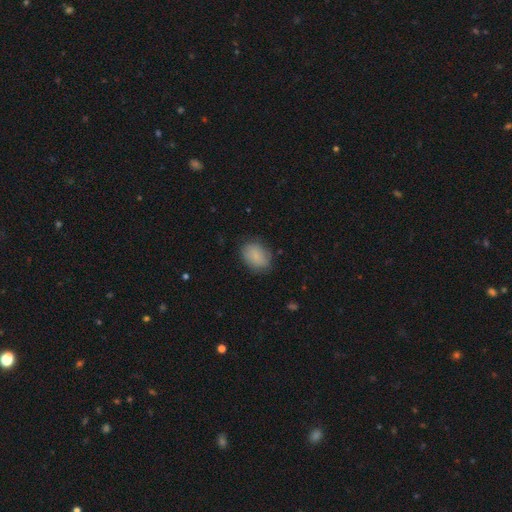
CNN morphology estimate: The model was most divided on "how rounded": in between: 70%, round: 29%, cigar-shaped: 1%. More confident: smooth or featured — smooth (82%); merging — none (77%).